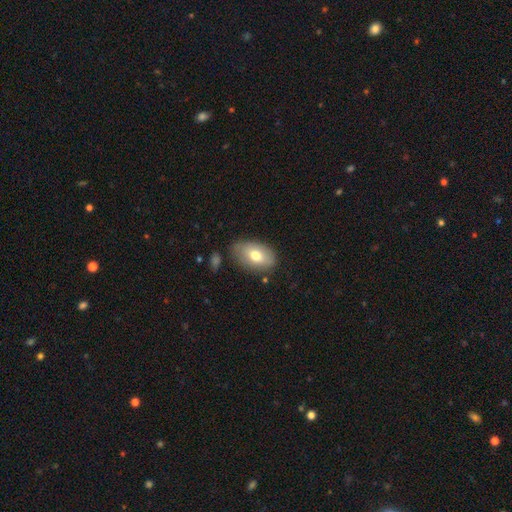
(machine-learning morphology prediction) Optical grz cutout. It shows a smooth galaxy with no disk features (71%) that is in between round and cigar-shaped (90%). Merging: none (73%).